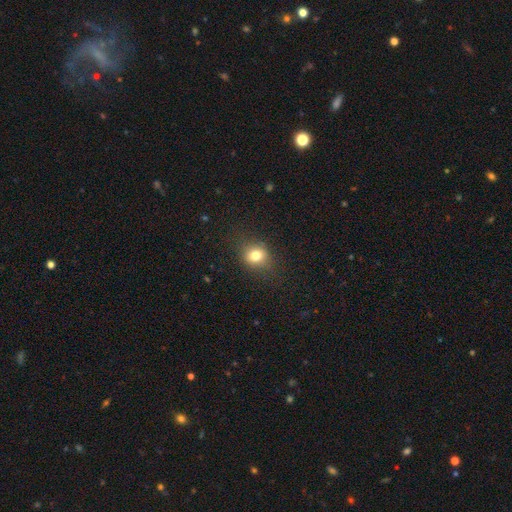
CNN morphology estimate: A smooth galaxy with no disk features (78%) that is round (66%). Merging: none (80%).